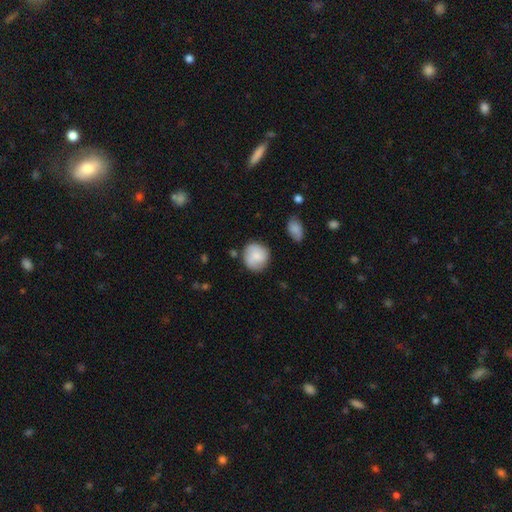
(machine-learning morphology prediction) smooth_or_featured: smooth (p=0.80) [alt: featured or disk p=0.14]
how_rounded: round (p=0.90) [alt: in between p=0.09]
merging: none (p=0.78) [alt: minor disturbance p=0.15]